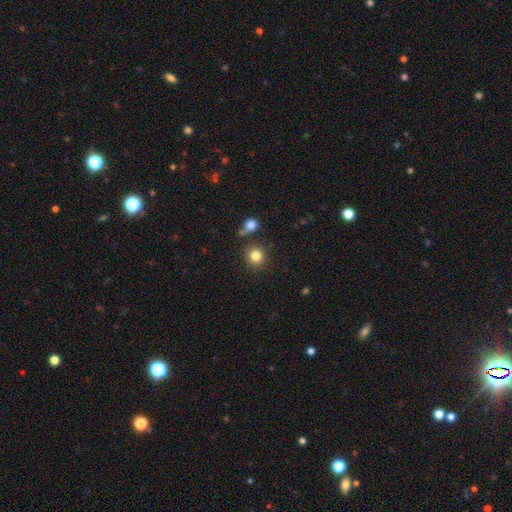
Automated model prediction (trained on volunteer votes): This appears to be a smooth galaxy with no disk features (83%) that is round (90%). Merging: none (80%).